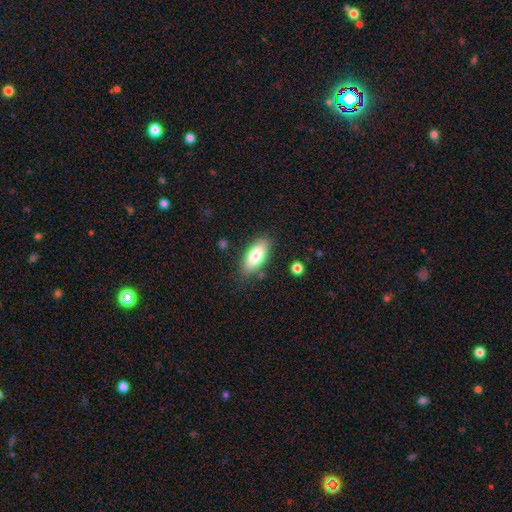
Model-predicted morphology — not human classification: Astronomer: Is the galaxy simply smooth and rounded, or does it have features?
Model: smooth — 76%.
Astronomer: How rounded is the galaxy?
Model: in between — 83%.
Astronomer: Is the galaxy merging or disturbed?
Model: none — 81%.